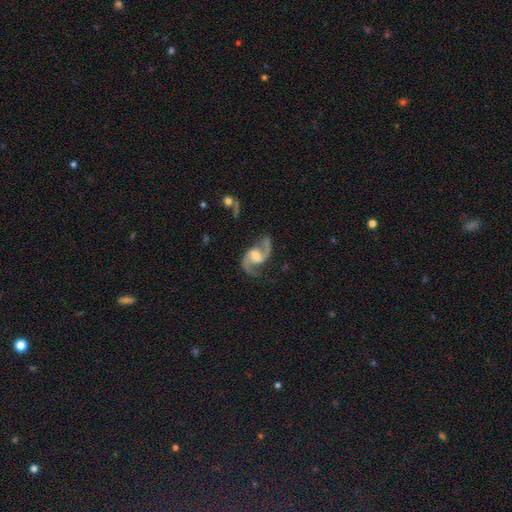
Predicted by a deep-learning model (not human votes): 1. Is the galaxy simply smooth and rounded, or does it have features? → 91% featured or disk, 5% star or artifact, 4% smooth.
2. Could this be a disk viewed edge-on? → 98% no, 2% yes.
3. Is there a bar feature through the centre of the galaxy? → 45% weak, 42% no, 13% strong.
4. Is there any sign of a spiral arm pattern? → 98% yes, 2% no.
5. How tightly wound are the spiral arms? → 46% medium, 45% loose, 8% tight.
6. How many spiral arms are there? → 93% 2, 2% 1, 2% can't tell, 1% 3, 1% 4, 1% more than 4.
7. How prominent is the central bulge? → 54% moderate, 32% small, 7% large, 6% none, 1% dominant.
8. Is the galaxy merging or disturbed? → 74% none, 16% minor disturbance, 8% major disturbance, 3% merger.